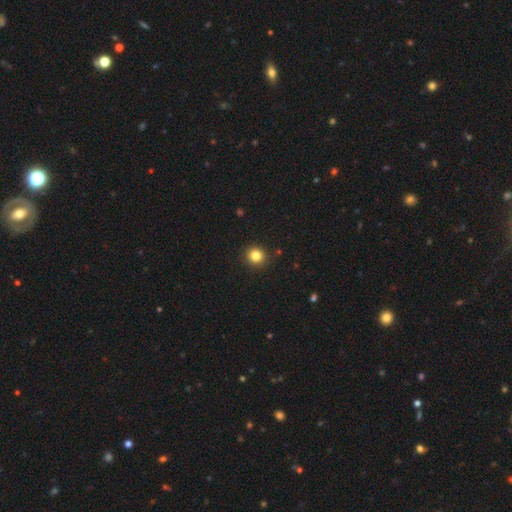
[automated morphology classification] Smooth or featured? smooth (83%)
How rounded? round (90%)
Merging? none (91%)